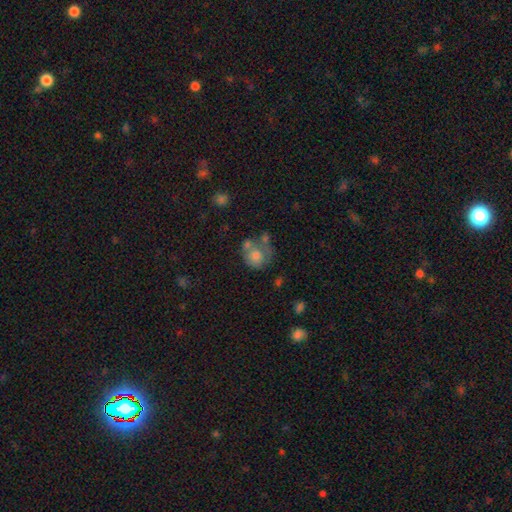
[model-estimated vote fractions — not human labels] The model was most divided on "merging": none: 34%, merger: 27%, minor disturbance: 21%, major disturbance: 18%. More confident: how rounded — round (71%); smooth or featured — smooth (66%).